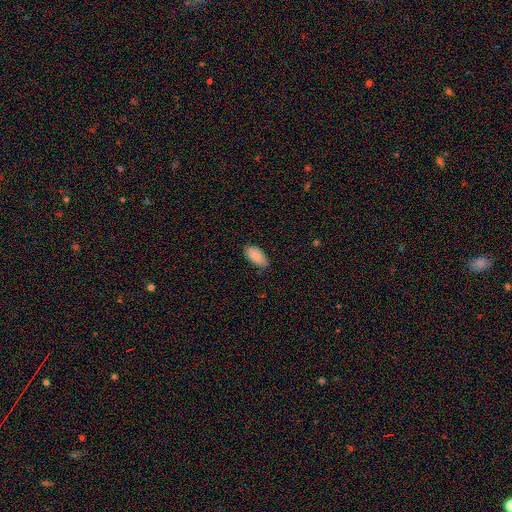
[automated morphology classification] type=smooth (87%); roundness=in between (94%); merging=none (72%).